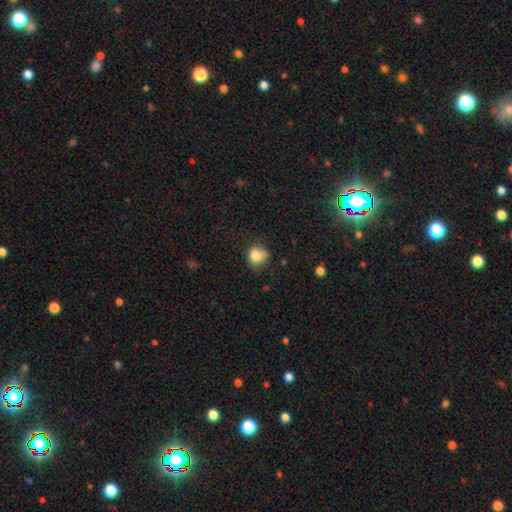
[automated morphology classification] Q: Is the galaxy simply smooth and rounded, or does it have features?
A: smooth — 83%.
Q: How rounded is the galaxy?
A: round — 74%.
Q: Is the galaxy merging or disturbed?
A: none — 57%.